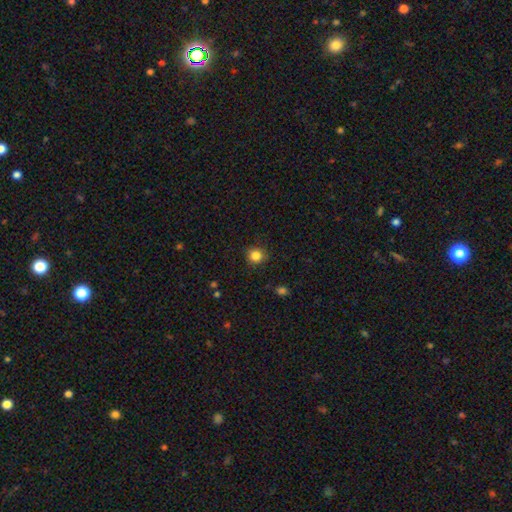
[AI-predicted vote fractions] Smooth or featured? Predicted: smooth (p=0.84). How rounded? Predicted: round (p=0.90). Merging? Predicted: none (p=0.88).